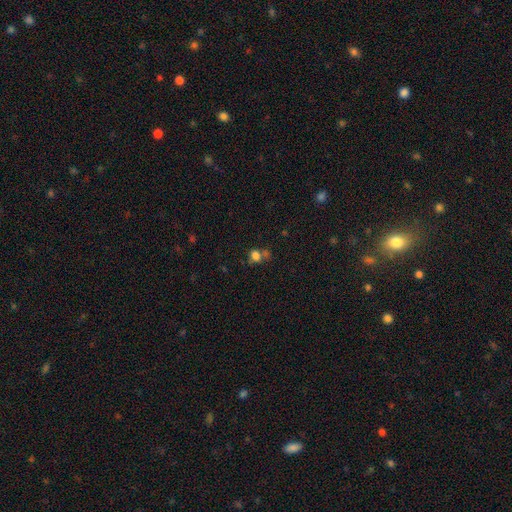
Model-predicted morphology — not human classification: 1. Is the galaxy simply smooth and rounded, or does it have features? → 73% smooth, 17% star or artifact, 10% featured or disk.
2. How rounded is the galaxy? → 64% round, 35% in between, 1% cigar-shaped.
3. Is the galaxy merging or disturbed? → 44% none, 32% merger, 14% minor disturbance, 10% major disturbance.